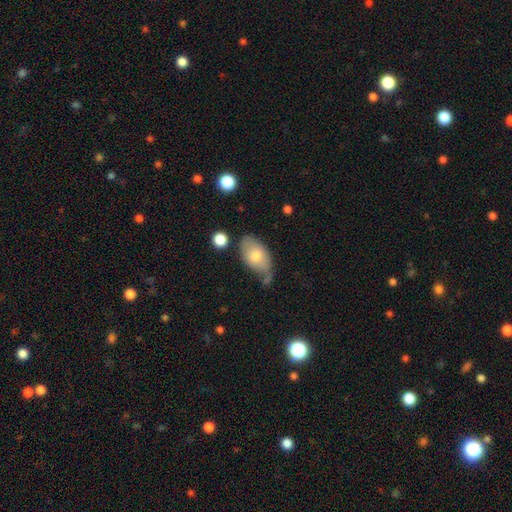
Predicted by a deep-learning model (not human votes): Smooth or featured?
  - smooth: 72% *
  - featured or disk: 21%
  - star or artifact: 7%
How rounded?
  - in between: 92% *
  - round: 6%
  - cigar-shaped: 2%
Merging?
  - none: 55% *
  - minor disturbance: 28%
  - merger: 9%
  - major disturbance: 8%